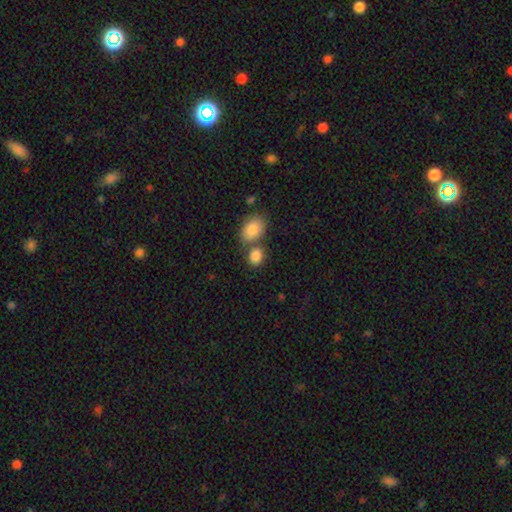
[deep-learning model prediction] Smooth or featured?
  - smooth: 85% *
  - star or artifact: 8%
  - featured or disk: 6%
How rounded?
  - in between: 54% *
  - round: 45%
  - cigar-shaped: 1%
Merging?
  - none: 50% *
  - merger: 36%
  - minor disturbance: 10%
  - major disturbance: 4%